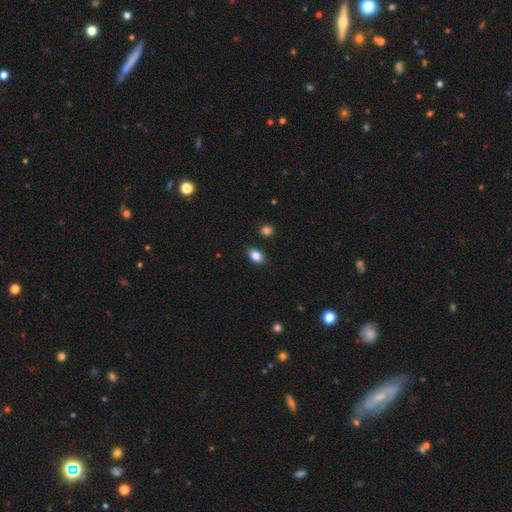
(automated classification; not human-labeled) Q: Smooth or featured?
A: smooth (86%); runner-up: star or artifact (10%)
Q: How rounded?
A: in between (73%); runner-up: round (25%)
Q: Merging?
A: none (86%); runner-up: minor disturbance (9%)